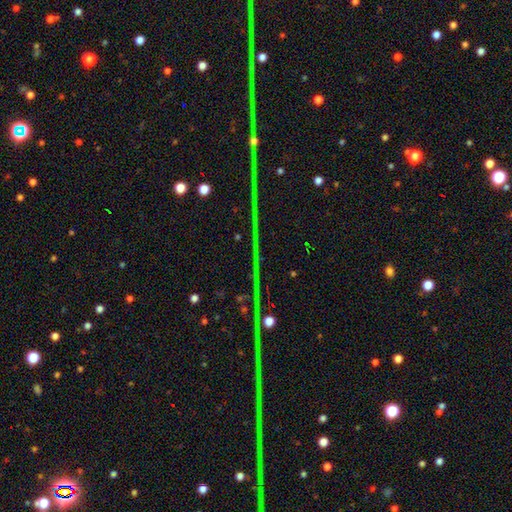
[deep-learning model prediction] This is clearly a star or artifact rather than a galaxy (85%).